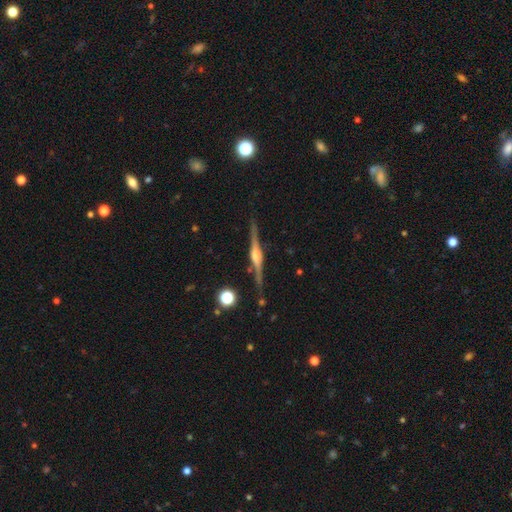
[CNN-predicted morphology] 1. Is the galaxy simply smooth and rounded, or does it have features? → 85% featured or disk, 9% smooth, 6% star or artifact.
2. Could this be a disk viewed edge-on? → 98% yes, 2% no.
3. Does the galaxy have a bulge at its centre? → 82% rounded, 15% boxy, 3% none.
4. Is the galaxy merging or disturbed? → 87% none, 9% minor disturbance, 2% major disturbance, 2% merger.